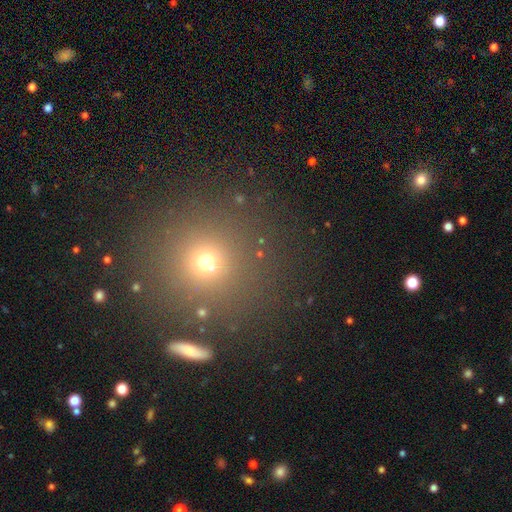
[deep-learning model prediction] Smooth or featured: smooth — 55% (star or artifact — 37%)
How rounded: round — 94% (in between — 5%)
Merging: none — 86% (minor disturbance — 6%)